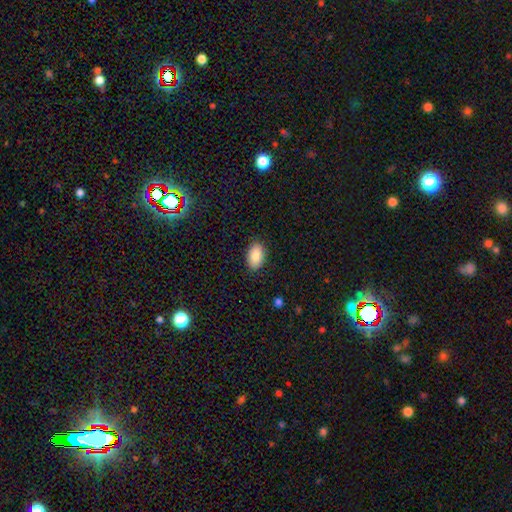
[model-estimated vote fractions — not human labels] Overall: smooth (89%). How rounded: in between (94%). Merging: none (88%).